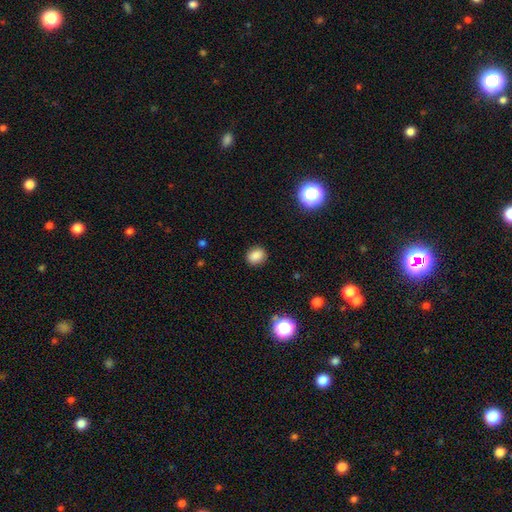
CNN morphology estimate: Smooth or featured? smooth (84%)
How rounded? round (53%)
Merging? none (88%)